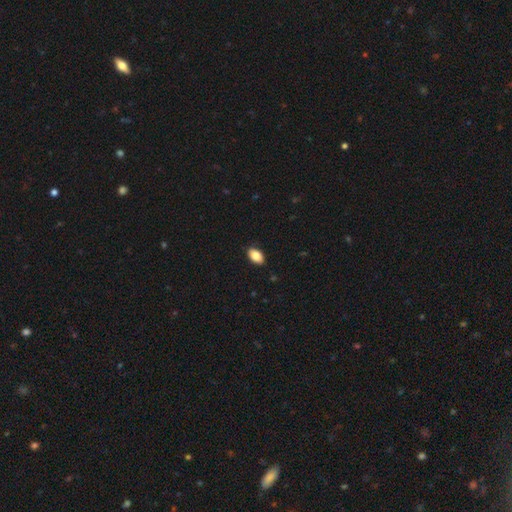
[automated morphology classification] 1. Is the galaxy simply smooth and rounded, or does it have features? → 86% smooth, 7% star or artifact, 7% featured or disk.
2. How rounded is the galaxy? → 93% in between, 5% round, 2% cigar-shaped.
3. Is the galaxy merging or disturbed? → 88% none, 9% minor disturbance, 2% major disturbance, 1% merger.